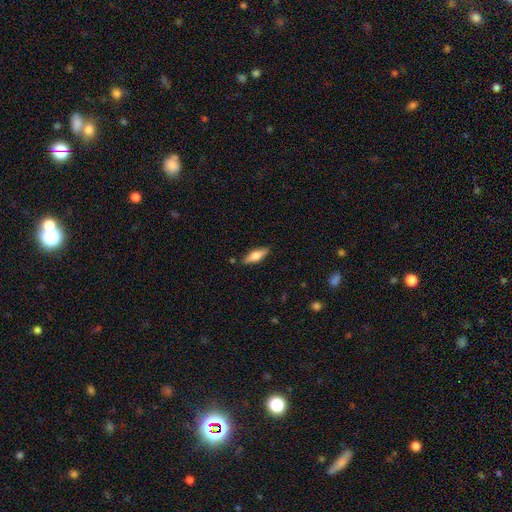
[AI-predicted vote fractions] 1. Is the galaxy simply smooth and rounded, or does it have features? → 65% smooth, 28% featured or disk, 6% star or artifact.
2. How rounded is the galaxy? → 56% in between, 42% cigar-shaped, 2% round.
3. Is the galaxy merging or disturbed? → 84% none, 11% minor disturbance, 2% major disturbance, 2% merger.